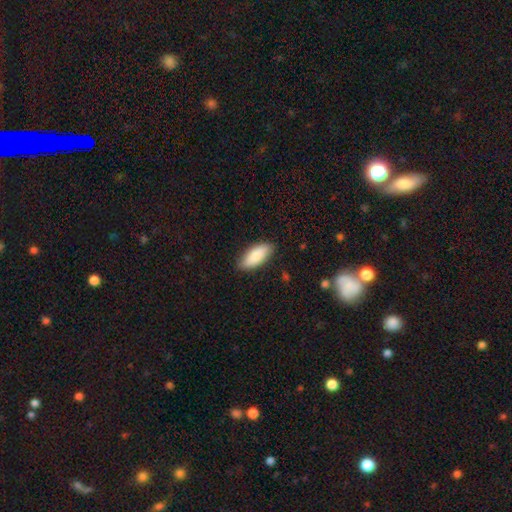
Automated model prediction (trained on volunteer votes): A smooth galaxy with no disk features (87%) that is in between round and cigar-shaped (83%). Merging: none (86%).